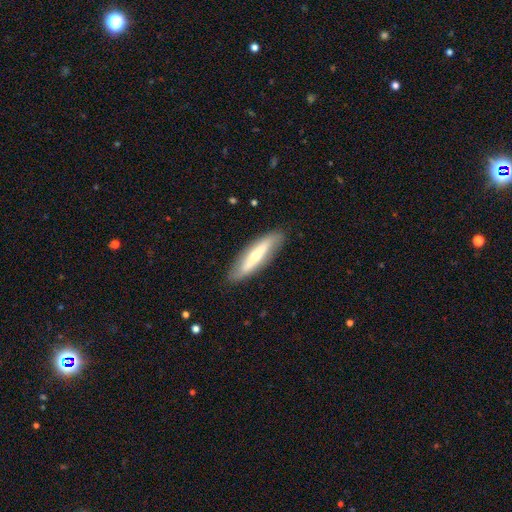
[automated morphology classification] This appears to be a featured or disk galaxy (53%) viewed edge-on (67%). Merging: none (86%).